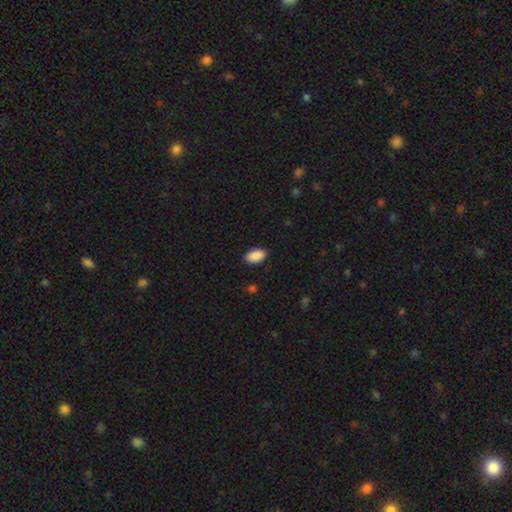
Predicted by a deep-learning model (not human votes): Smooth or featured? smooth (91%)
How rounded? in between (95%)
Merging? none (89%)